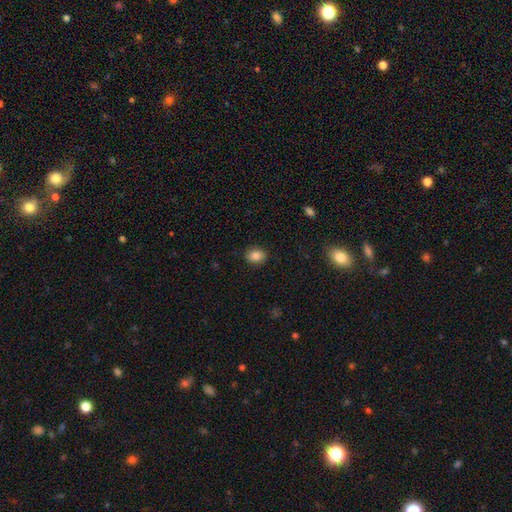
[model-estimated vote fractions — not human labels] smooth-or-featured: smooth: 84% | star or artifact: 10% | featured or disk: 6%
  how-rounded: round: 51% | in between: 48% | cigar-shaped: 1%
  merging: none: 89% | minor disturbance: 8% | major disturbance: 2% | merger: 1%